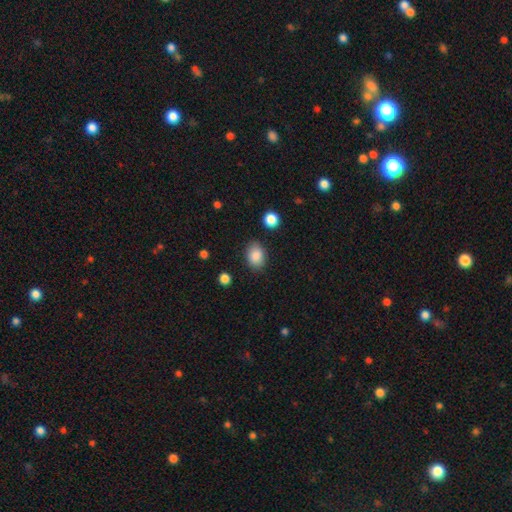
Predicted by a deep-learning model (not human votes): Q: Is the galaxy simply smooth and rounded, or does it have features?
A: smooth — 87%.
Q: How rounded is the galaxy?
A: in between — 73%.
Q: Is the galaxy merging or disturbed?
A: none — 84%.